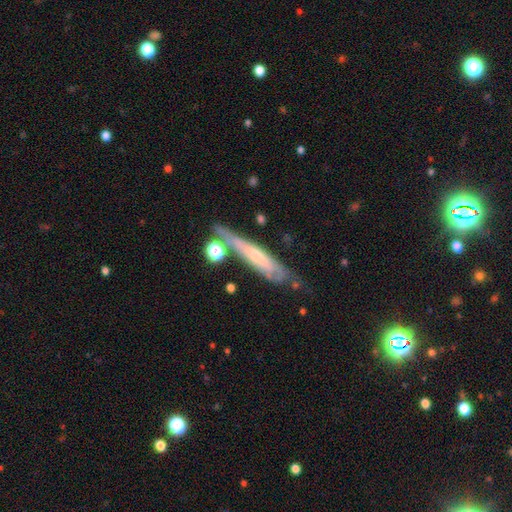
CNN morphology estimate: A featured or disk galaxy (57%) viewed edge-on (63%). Merging: none (54%).